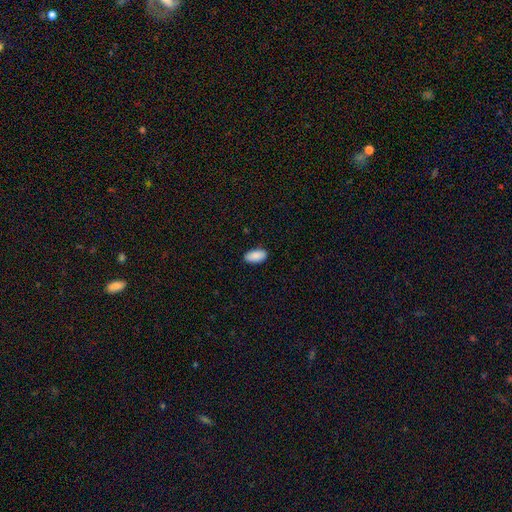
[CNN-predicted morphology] type=smooth (89%); roundness=in between (94%); merging=none (87%).